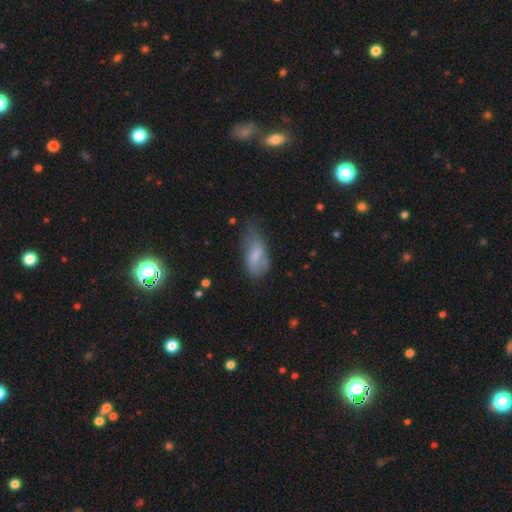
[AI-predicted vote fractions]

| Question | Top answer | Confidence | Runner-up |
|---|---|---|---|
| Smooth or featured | smooth | 68% | featured or disk (23%) |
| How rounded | in between | 88% | cigar-shaped (9%) |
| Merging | minor disturbance | 38% | none (35%) |